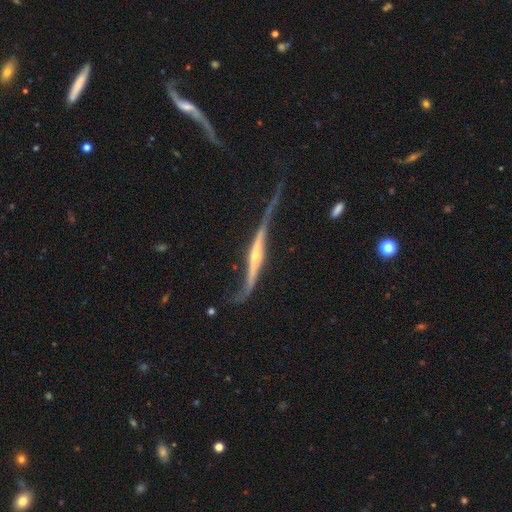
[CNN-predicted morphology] Smooth or featured? featured or disk (86%)
Edge-on disk? yes (72%)
Edge-on bulge? rounded (82%)
Merging? none (38%)